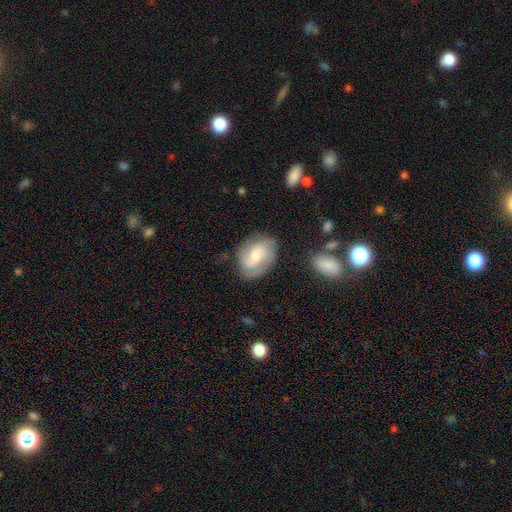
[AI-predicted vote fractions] smooth_or_featured: featured or disk (p=0.62) [alt: smooth p=0.31]
disk_edge_on: no (p=0.96) [alt: yes p=0.04]
bar: no (p=0.49) [alt: weak p=0.41]
has_spiral_arms: yes (p=0.88) [alt: no p=0.12]
spiral_winding: medium (p=0.45) [alt: tight p=0.35]
spiral_arm_count: 2 (p=0.59) [alt: can't tell p=0.19]
bulge_size: moderate (p=0.49) [alt: small p=0.44]
merging: none (p=0.72) [alt: minor disturbance p=0.19]